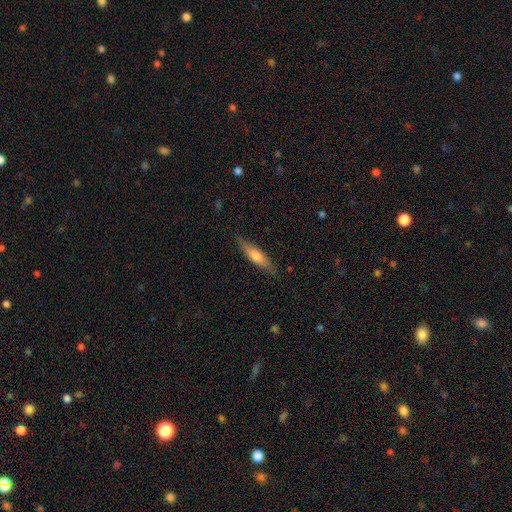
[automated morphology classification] Smooth or featured?
  - smooth: 60% *
  - featured or disk: 34%
  - star or artifact: 6%
How rounded?
  - cigar-shaped: 78% *
  - in between: 21%
  - round: 2%
Merging?
  - none: 85% *
  - minor disturbance: 12%
  - major disturbance: 2%
  - merger: 1%